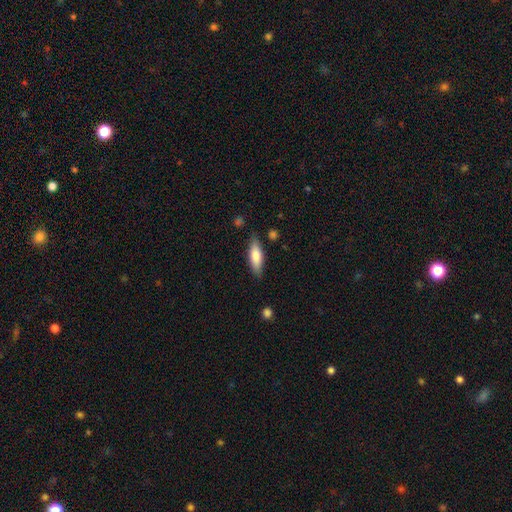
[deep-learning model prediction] Overall: smooth (75%). How rounded: in between (56%; cigar-shaped 42%). Merging: none (83%).